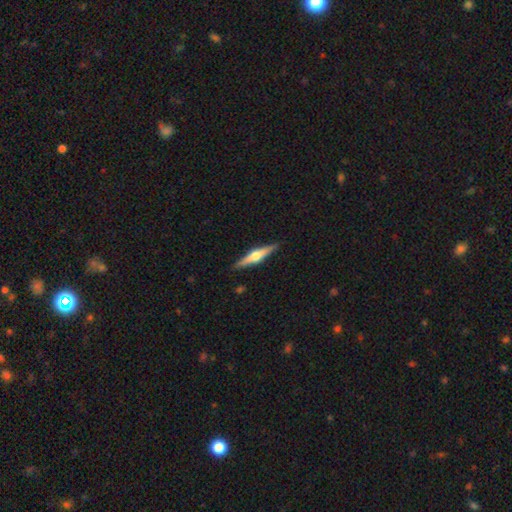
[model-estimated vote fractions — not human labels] A featured or disk galaxy (70%) viewed edge-on (97%) with a rounded central bulge (93%). Merging: none (90%).